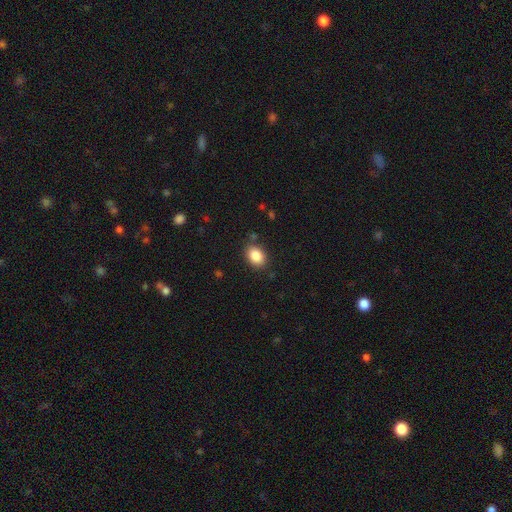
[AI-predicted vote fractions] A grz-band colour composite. It shows a smooth galaxy with no disk features (87%) that is in between round and cigar-shaped (71%). Merging: none (85%).